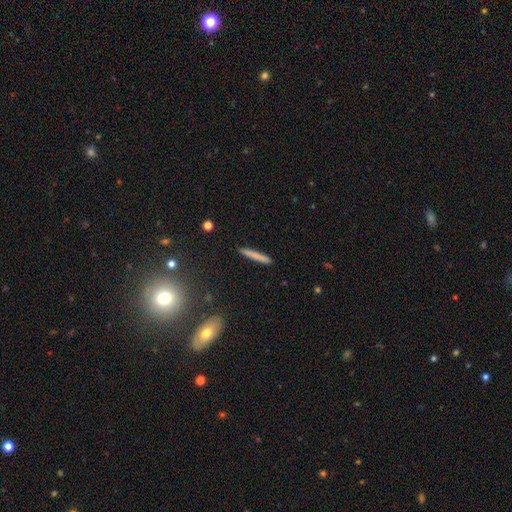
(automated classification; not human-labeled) Smooth or featured: smooth — 75% (featured or disk — 19%)
How rounded: cigar-shaped — 96% (in between — 3%)
Merging: none — 90% (minor disturbance — 7%)